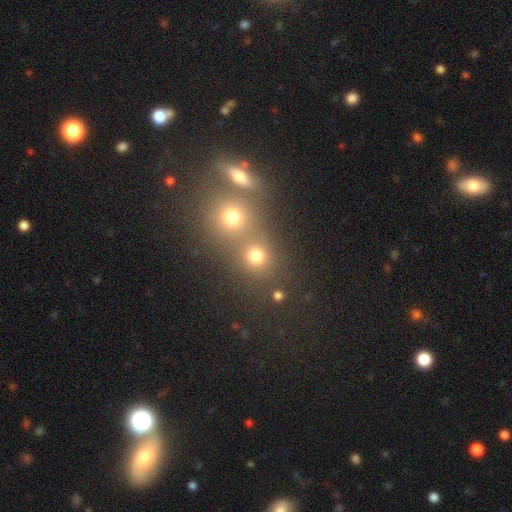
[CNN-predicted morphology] smooth 75%, star or artifact 18%, featured or disk 7%. Down the decision tree: how rounded — round (82%); merging — none (47%).